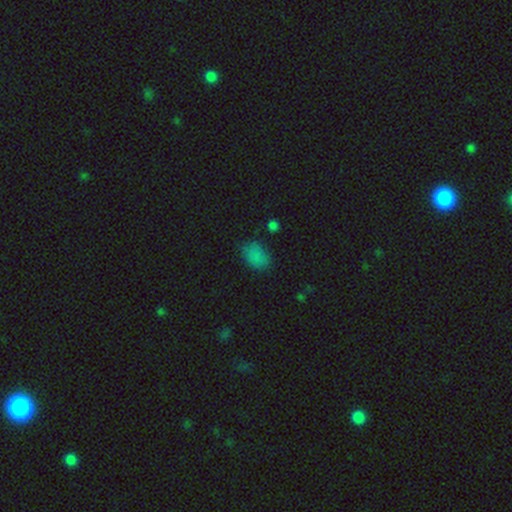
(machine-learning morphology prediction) The model was most divided on "merging": none: 69%, minor disturbance: 22%, major disturbance: 6%, merger: 3%. More confident: how rounded — in between (82%); smooth or featured — smooth (78%).